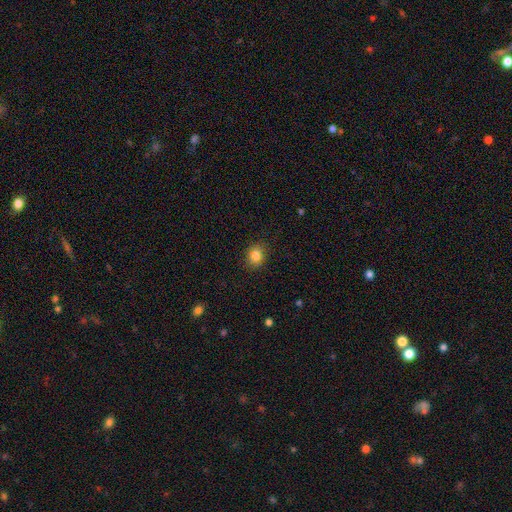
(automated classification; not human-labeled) The model was most divided on "how rounded": round: 68%, in between: 31%, cigar-shaped: 1%. More confident: merging — none (88%); smooth or featured — smooth (83%).